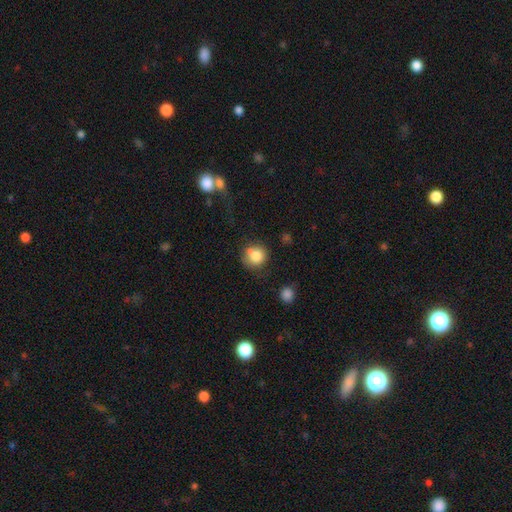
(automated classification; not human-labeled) Overall: smooth (80%). How rounded: round (86%). Merging: none (60%).